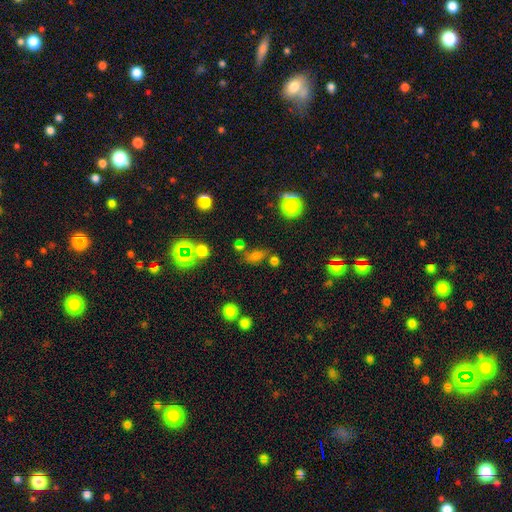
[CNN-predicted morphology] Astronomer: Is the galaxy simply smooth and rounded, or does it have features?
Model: smooth — 61%.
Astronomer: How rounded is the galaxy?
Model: in between — 66%.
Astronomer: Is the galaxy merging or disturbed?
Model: none — 58%.